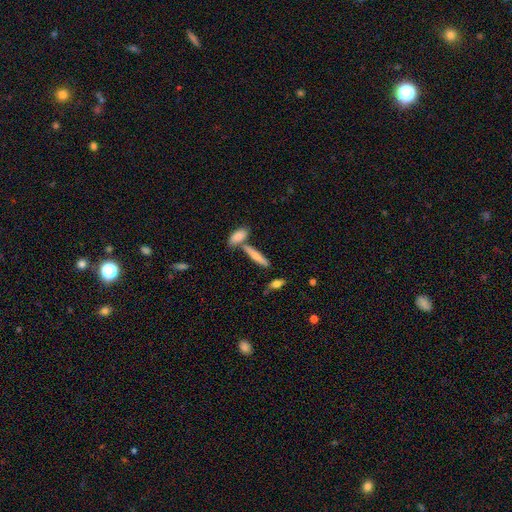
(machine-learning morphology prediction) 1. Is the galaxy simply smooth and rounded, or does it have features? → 67% smooth, 27% featured or disk, 7% star or artifact.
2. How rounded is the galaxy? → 79% cigar-shaped, 19% in between, 2% round.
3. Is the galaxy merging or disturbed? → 62% none, 24% merger, 11% minor disturbance, 3% major disturbance.